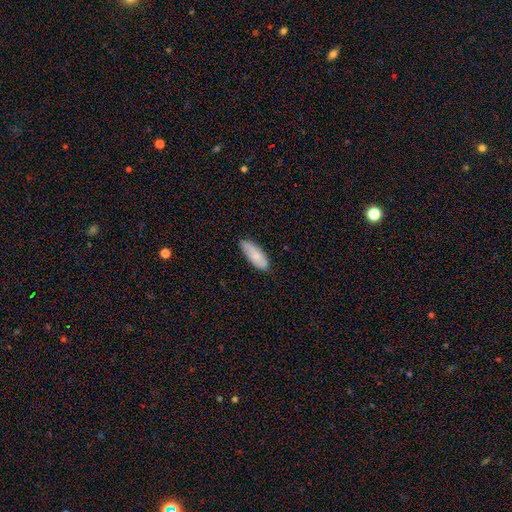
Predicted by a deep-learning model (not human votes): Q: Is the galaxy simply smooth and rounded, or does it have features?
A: smooth — 78%.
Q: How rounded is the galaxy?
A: in between — 78%.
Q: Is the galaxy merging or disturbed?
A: none — 74%.